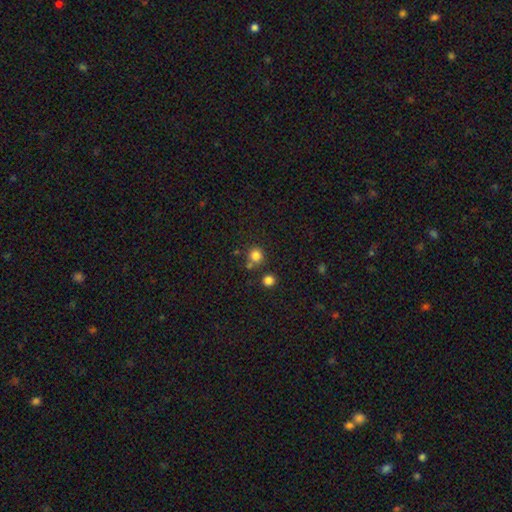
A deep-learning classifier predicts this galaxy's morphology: smooth-or-featured: smooth: 81% | star or artifact: 14% | featured or disk: 5%
  how-rounded: round: 91% | in between: 8% | cigar-shaped: 1%
  merging: none: 73% | merger: 16% | minor disturbance: 8% | major disturbance: 3%